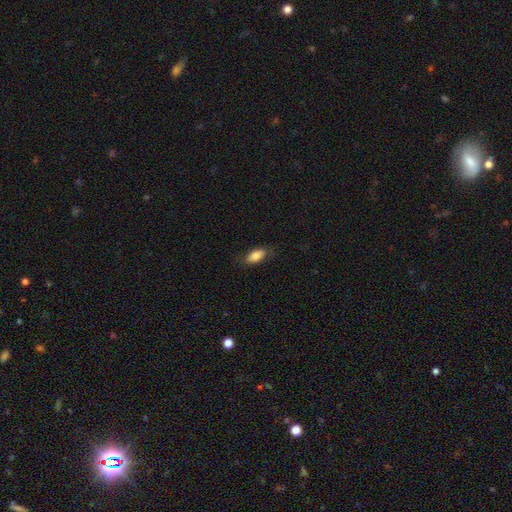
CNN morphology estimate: A smooth galaxy with no disk features (80%) that is in between round and cigar-shaped (88%). Merging: none (77%).